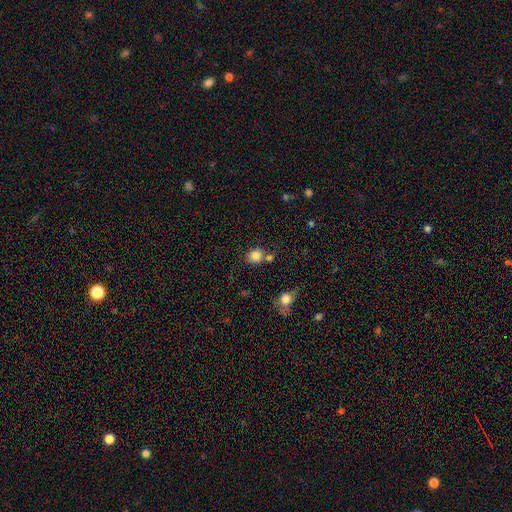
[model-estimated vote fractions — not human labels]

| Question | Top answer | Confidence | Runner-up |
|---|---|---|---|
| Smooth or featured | smooth | 84% | star or artifact (11%) |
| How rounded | round | 76% | in between (23%) |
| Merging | none | 66% | merger (17%) |